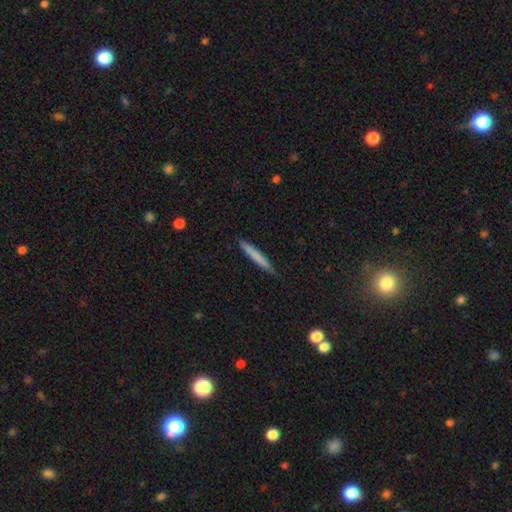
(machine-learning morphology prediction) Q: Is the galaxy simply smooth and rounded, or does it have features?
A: smooth — 73%.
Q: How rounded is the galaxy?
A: cigar-shaped — 96%.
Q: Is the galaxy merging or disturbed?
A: none — 88%.